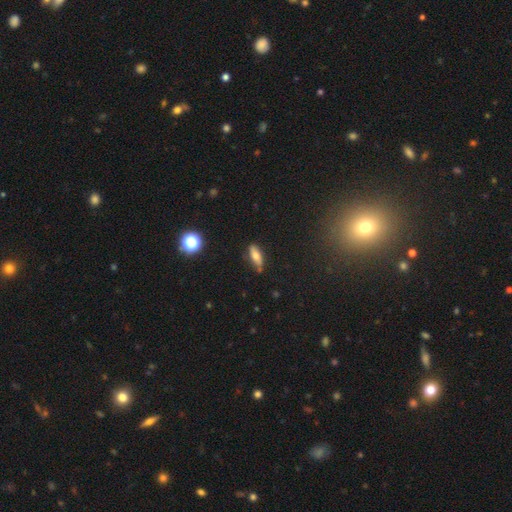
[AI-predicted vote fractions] A smooth galaxy with no disk features (64%) that is in between round and cigar-shaped (64%).

Vote fractions:
- Smooth or featured? smooth: 64% / featured or disk: 26% / star or artifact: 11%
- How rounded? in between: 64% / cigar-shaped: 33% / round: 4%
- Merging? none: 73% / minor disturbance: 20% / major disturbance: 4% / merger: 3%